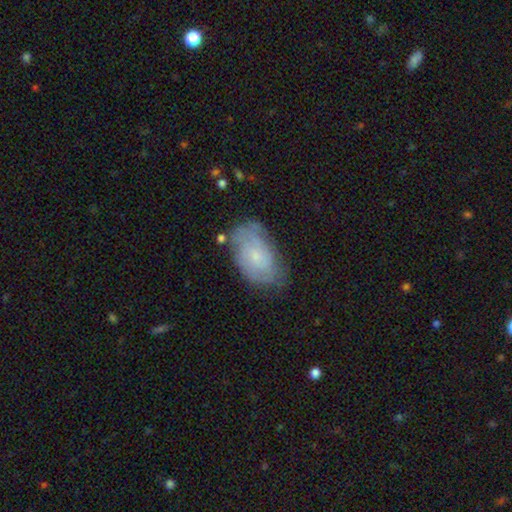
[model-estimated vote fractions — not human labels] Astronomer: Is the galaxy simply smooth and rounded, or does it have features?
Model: featured or disk — 53% (runner-up: smooth, 39%).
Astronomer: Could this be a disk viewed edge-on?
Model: no — 95%.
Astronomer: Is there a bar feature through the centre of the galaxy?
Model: no — 75%.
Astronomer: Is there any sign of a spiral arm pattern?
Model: yes — 76%.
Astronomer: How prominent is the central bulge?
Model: small — 71%.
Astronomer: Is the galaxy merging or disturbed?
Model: none — 64%.